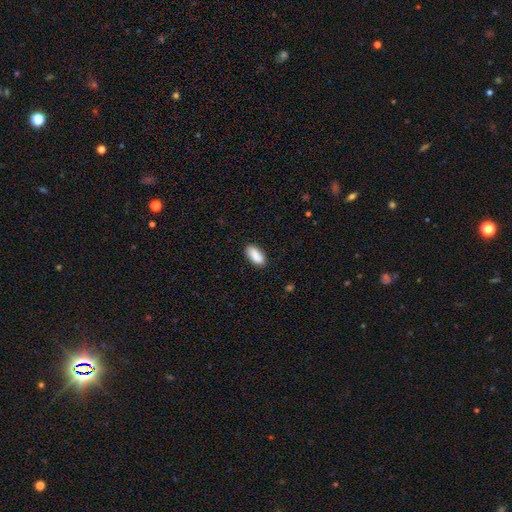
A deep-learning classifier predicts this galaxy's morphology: Smooth or featured? smooth (87%)
How rounded? in between (87%)
Merging? none (84%)